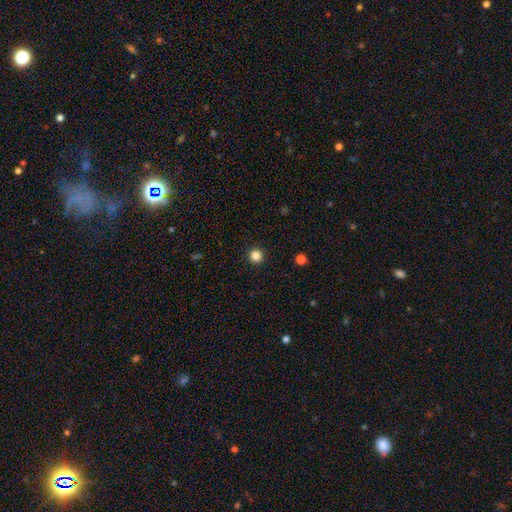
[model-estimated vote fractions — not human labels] A smooth galaxy with no disk features (84%) that is round (96%).

Vote fractions:
- Smooth or featured? smooth: 84% / star or artifact: 12% / featured or disk: 3%
- How rounded? round: 96% / in between: 3% / cigar-shaped: 1%
- Merging? none: 94% / minor disturbance: 4% / major disturbance: 1% / merger: 1%